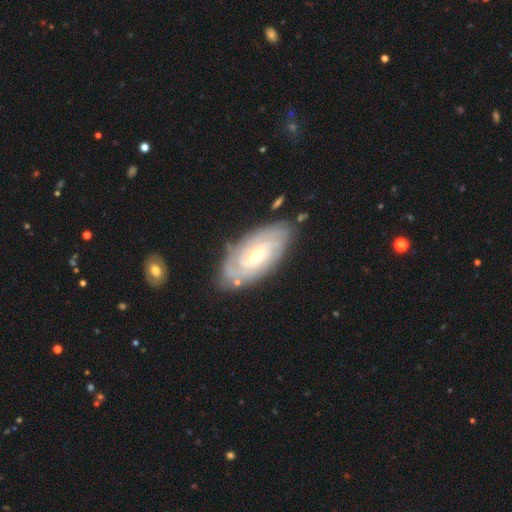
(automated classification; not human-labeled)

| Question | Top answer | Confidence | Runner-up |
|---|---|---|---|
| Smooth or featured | featured or disk | 84% | smooth (11%) |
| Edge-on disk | no | 93% | yes (7%) |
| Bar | no | 55% | weak (35%) |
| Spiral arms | yes | 95% | no (5%) |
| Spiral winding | tight | 77% | medium (19%) |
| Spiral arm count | can't tell | 37% | 2 (22%) |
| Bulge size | small | 55% | moderate (41%) |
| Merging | none | 79% | minor disturbance (15%) |